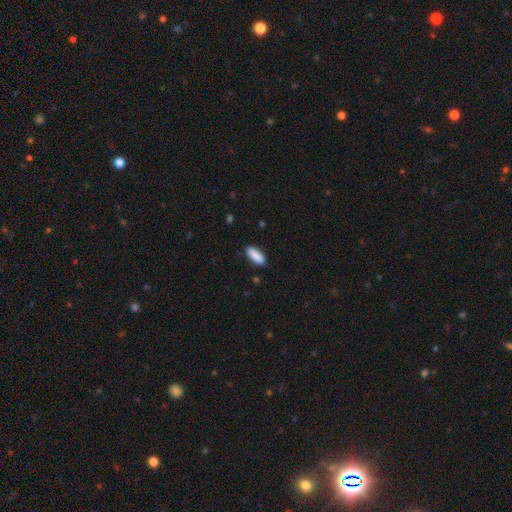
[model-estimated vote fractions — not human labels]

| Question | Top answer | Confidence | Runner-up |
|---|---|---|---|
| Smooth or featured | smooth | 90% | star or artifact (6%) |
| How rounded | in between | 67% | cigar-shaped (31%) |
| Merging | none | 87% | minor disturbance (10%) |